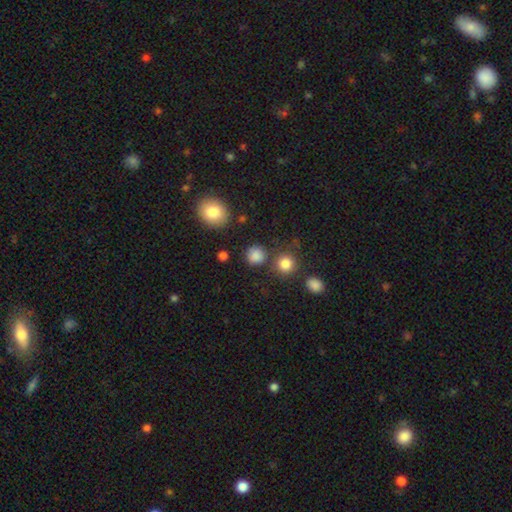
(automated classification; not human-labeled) Smooth or featured: smooth — 84% (star or artifact — 12%)
How rounded: round — 90% (in between — 9%)
Merging: none — 80% (minor disturbance — 10%)